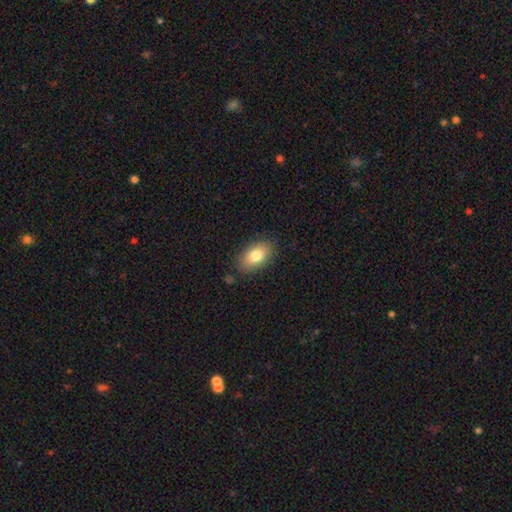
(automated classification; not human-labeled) Smooth or featured?
  - smooth: 79% *
  - featured or disk: 13%
  - star or artifact: 7%
How rounded?
  - in between: 91% *
  - round: 6%
  - cigar-shaped: 3%
Merging?
  - none: 85% *
  - minor disturbance: 11%
  - major disturbance: 3%
  - merger: 2%